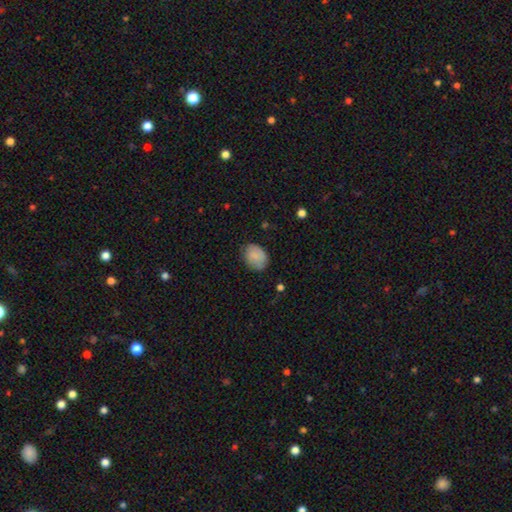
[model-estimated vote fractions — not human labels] smooth_or_featured: smooth (p=0.84) [alt: featured or disk p=0.09]
how_rounded: in between (p=0.62) [alt: round p=0.37]
merging: none (p=0.76) [alt: minor disturbance p=0.19]